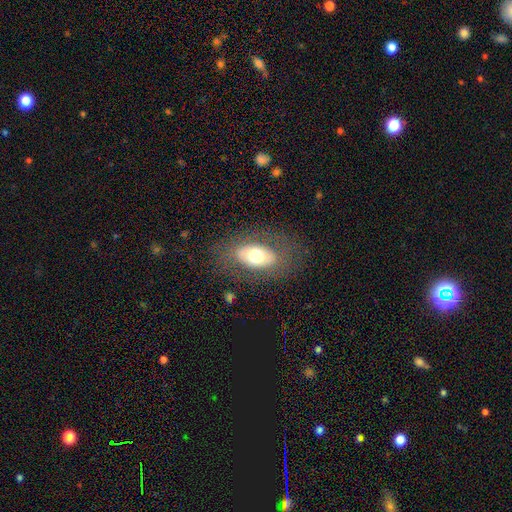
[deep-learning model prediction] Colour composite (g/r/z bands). It shows a smooth galaxy with no disk features (56%) that is in between round and cigar-shaped (89%). Merging: none (77%).